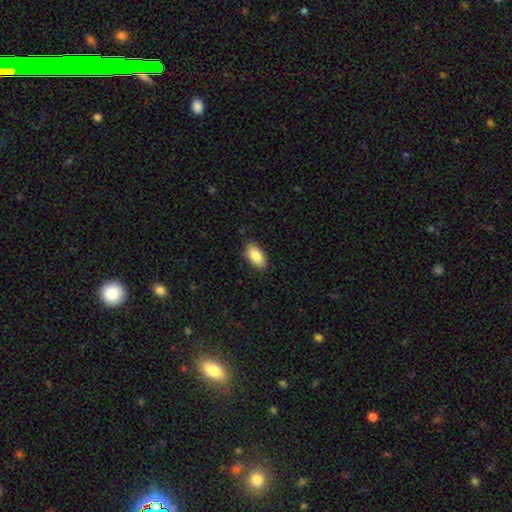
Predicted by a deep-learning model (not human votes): Smooth or featured? Predicted: smooth (p=0.86). How rounded? Predicted: in between (p=0.93). Merging? Predicted: none (p=0.86).